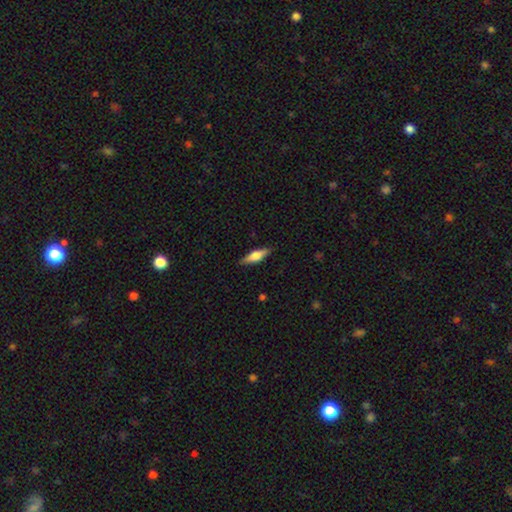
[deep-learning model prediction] smooth_or_featured: smooth (p=0.52) [alt: featured or disk p=0.42]
how_rounded: cigar-shaped (p=0.54) [alt: in between p=0.43]
merging: none (p=0.88) [alt: minor disturbance p=0.09]